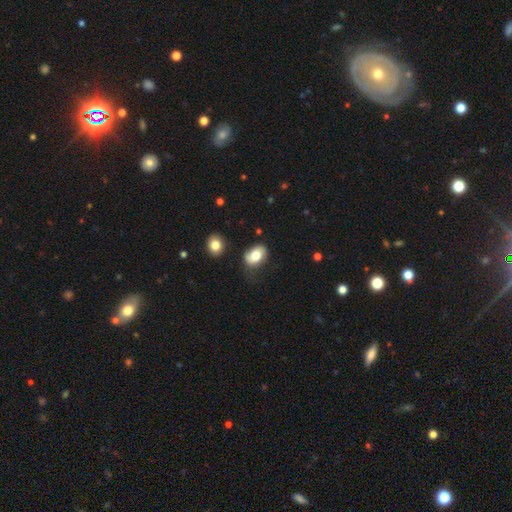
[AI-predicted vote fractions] A smooth galaxy with no disk features (75%) that is in between round and cigar-shaped (82%). Merging: none (57%).